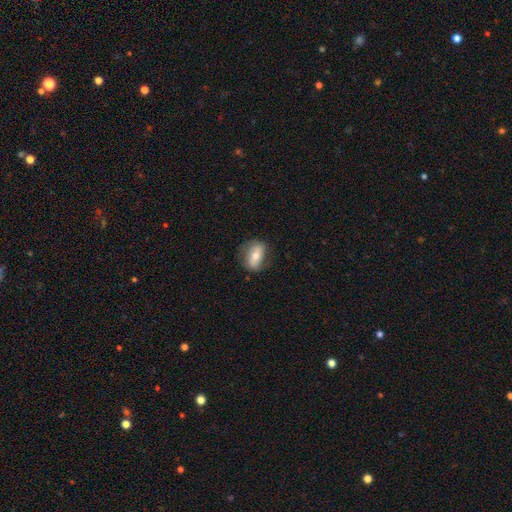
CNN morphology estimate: type=smooth (53%); roundness=in between (80%); merging=none (72%).